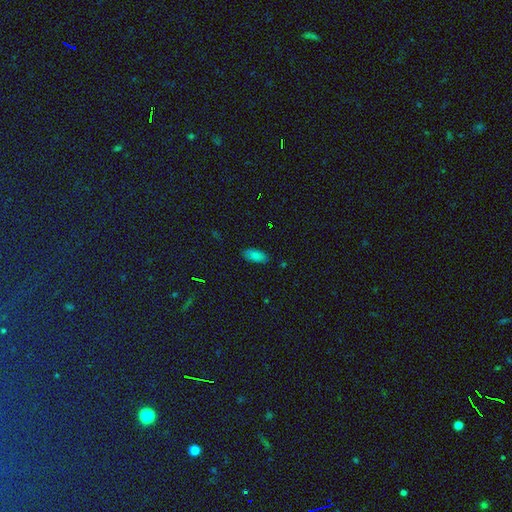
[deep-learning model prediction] Smooth or featured? Predicted: smooth (p=0.80). How rounded? Predicted: in between (p=0.90). Merging? Predicted: none (p=0.85).